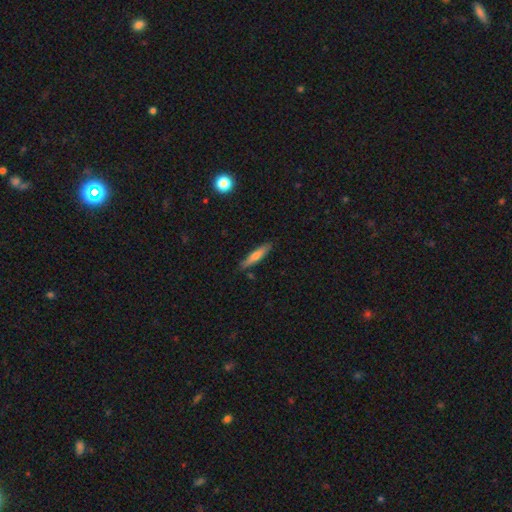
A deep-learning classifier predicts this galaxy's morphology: smooth_or_featured: smooth (p=0.67) [alt: featured or disk p=0.26]
how_rounded: cigar-shaped (p=0.86) [alt: in between p=0.13]
merging: none (p=0.86) [alt: minor disturbance p=0.10]